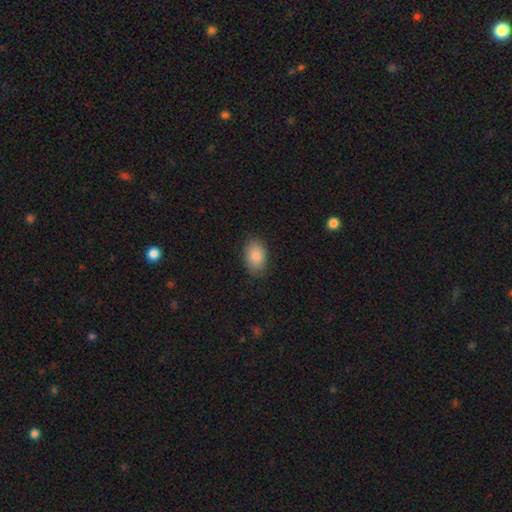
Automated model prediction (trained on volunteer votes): Morphology: type=smooth (86%); roundness=in between (87%); merging=none (85%).